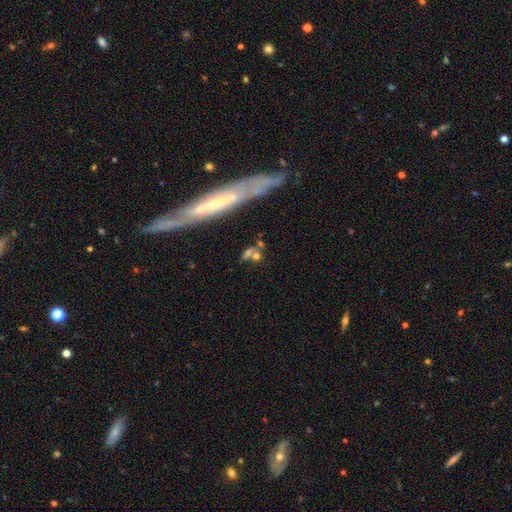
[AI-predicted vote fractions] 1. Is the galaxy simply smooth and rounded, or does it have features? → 73% featured or disk, 20% smooth, 7% star or artifact.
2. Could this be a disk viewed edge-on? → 65% yes, 35% no.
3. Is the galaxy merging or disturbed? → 74% none, 17% minor disturbance, 6% major disturbance, 3% merger.